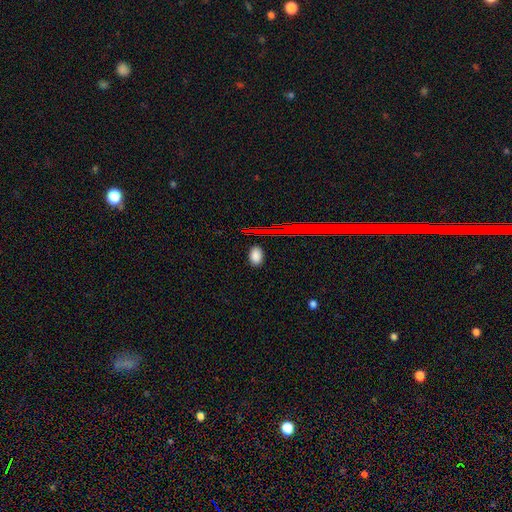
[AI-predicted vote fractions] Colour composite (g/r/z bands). It shows a smooth galaxy with no disk features (81%) that is in between round and cigar-shaped (86%). Merging: none (85%).